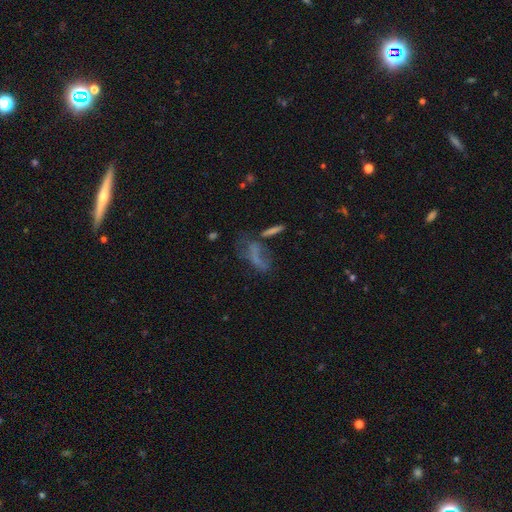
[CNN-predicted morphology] Overall: smooth (45%; featured or disk 35%). Merging: major disturbance (35%; none 30%).